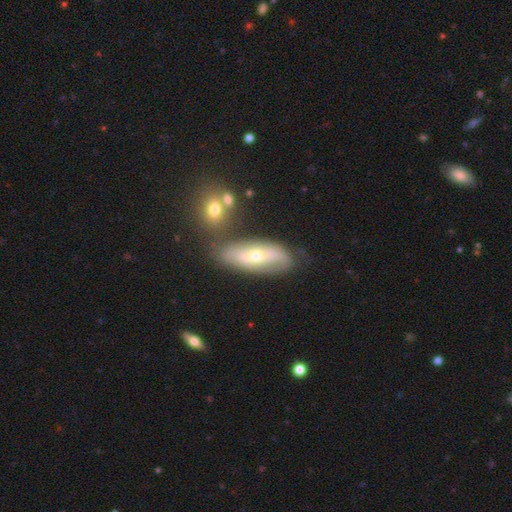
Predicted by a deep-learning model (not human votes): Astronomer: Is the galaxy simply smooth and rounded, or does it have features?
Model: featured or disk — 60%.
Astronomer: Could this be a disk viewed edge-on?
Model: no — 80%.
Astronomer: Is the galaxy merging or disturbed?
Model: none — 59%.